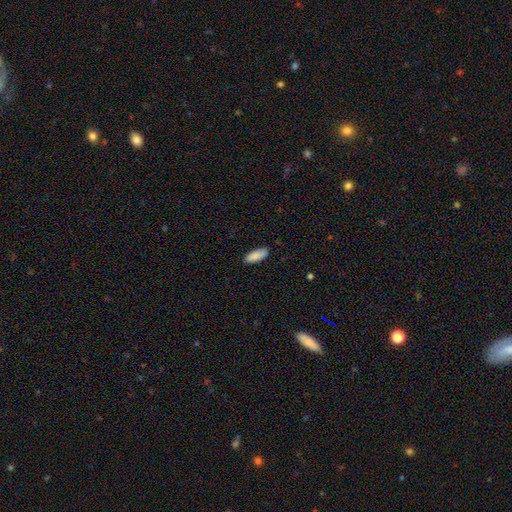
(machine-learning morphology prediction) This is clearly a smooth galaxy (90%). How rounded: likely in between (75%). Merging: clearly none (88%).